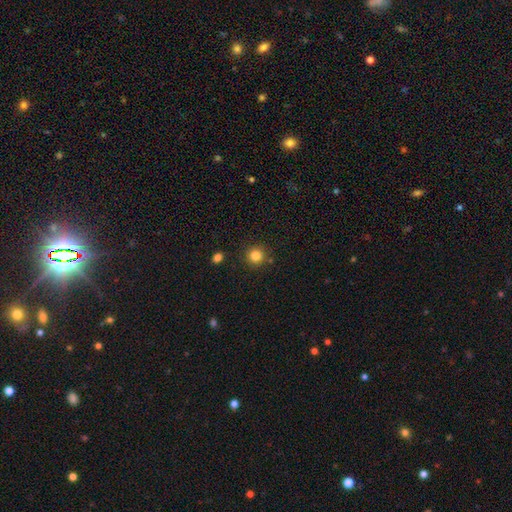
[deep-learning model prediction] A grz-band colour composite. It shows a smooth galaxy with no disk features (83%) that is round (94%). Merging: none (87%).